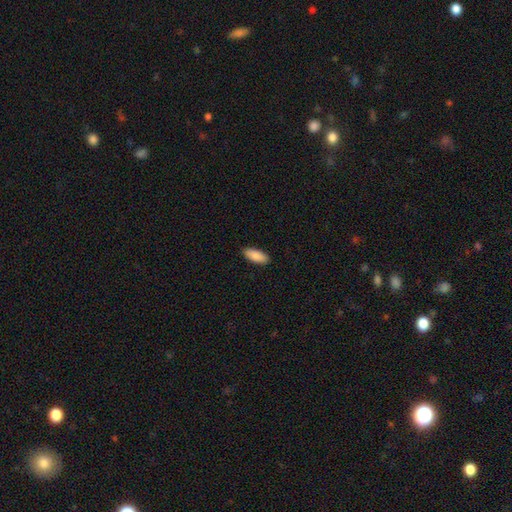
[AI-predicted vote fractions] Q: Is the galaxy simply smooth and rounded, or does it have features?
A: smooth — 89%.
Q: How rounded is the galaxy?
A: in between — 83%.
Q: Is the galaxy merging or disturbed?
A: none — 89%.